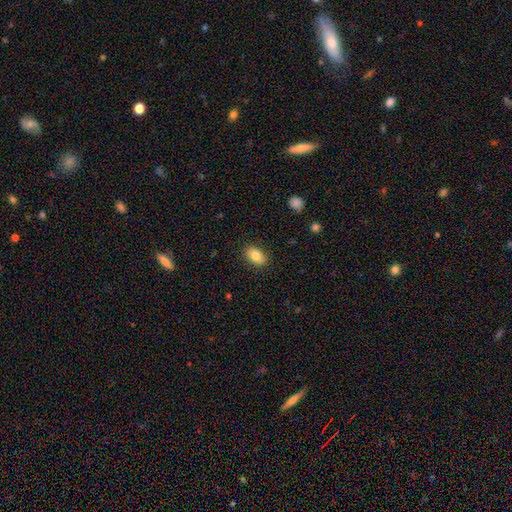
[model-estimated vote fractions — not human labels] Smooth or featured?
  - smooth: 81% *
  - featured or disk: 12%
  - star or artifact: 8%
How rounded?
  - in between: 86% *
  - round: 12%
  - cigar-shaped: 2%
Merging?
  - none: 87% *
  - minor disturbance: 10%
  - major disturbance: 2%
  - merger: 1%